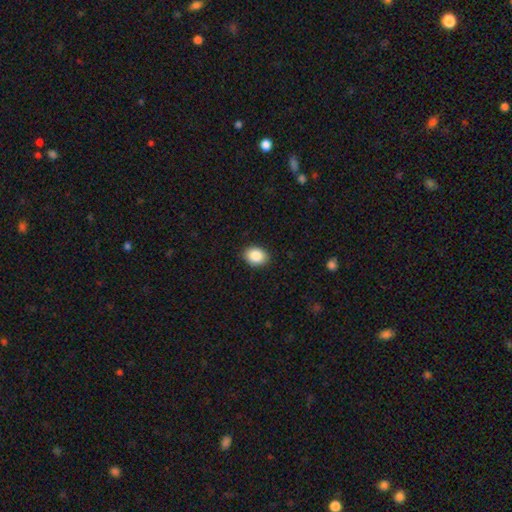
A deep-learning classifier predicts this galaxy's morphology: Smooth or featured?
  - smooth: 88% *
  - star or artifact: 8%
  - featured or disk: 5%
How rounded?
  - in between: 62% *
  - round: 38%
  - cigar-shaped: 1%
Merging?
  - none: 89% *
  - minor disturbance: 8%
  - major disturbance: 2%
  - merger: 1%